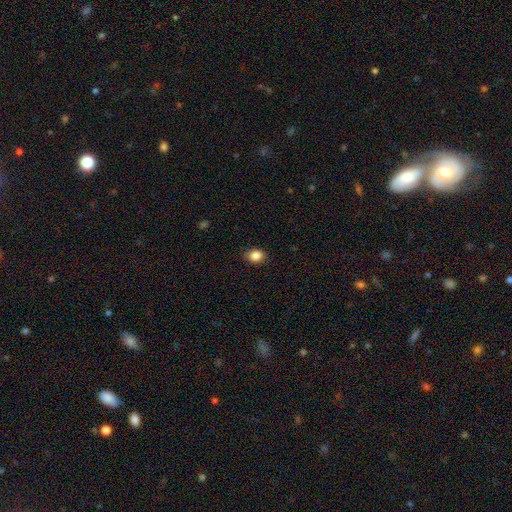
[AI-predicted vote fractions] smooth_or_featured: smooth (p=0.86) [alt: star or artifact p=0.09]
how_rounded: in between (p=0.55) [alt: round p=0.44]
merging: none (p=0.86) [alt: minor disturbance p=0.10]